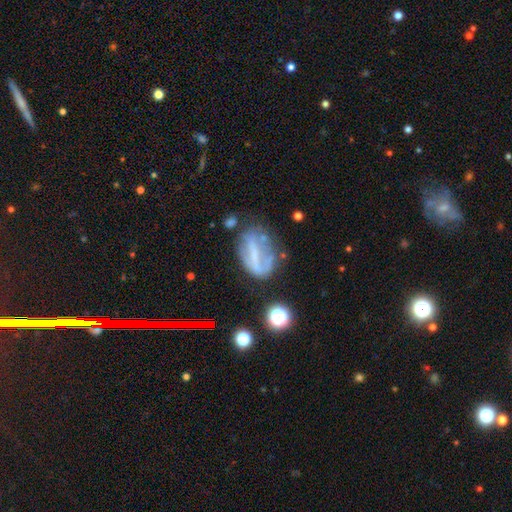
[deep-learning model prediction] Smooth or featured?
  - featured or disk: 60% *
  - smooth: 27%
  - star or artifact: 13%
Edge-on disk?
  - no: 90% *
  - yes: 10%
Bar?
  - strong: 51% *
  - weak: 26%
  - no: 23%
Spiral arms?
  - no: 54% *
  - yes: 46%
Bulge size?
  - none: 48% *
  - small: 36%
  - moderate: 13%
  - large: 2%
  - dominant: 1%
Merging?
  - none: 45% *
  - minor disturbance: 27%
  - major disturbance: 21%
  - merger: 7%